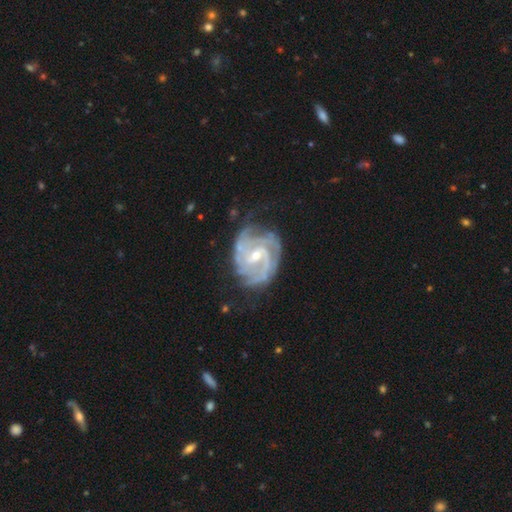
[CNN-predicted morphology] Smooth or featured? featured or disk (91%)
Edge-on disk? no (98%)
Bar? weak (53%)
Spiral arms? yes (98%)
Spiral winding? tight (60%)
Spiral arm count? 3 (29%)
Bulge size? small (57%)
Merging? none (68%)